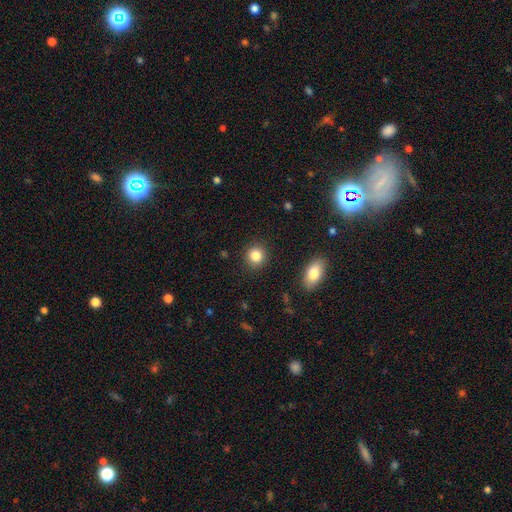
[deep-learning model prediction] Q: Smooth or featured?
A: smooth (84%); runner-up: star or artifact (10%)
Q: How rounded?
A: round (86%); runner-up: in between (13%)
Q: Merging?
A: none (90%); runner-up: minor disturbance (6%)